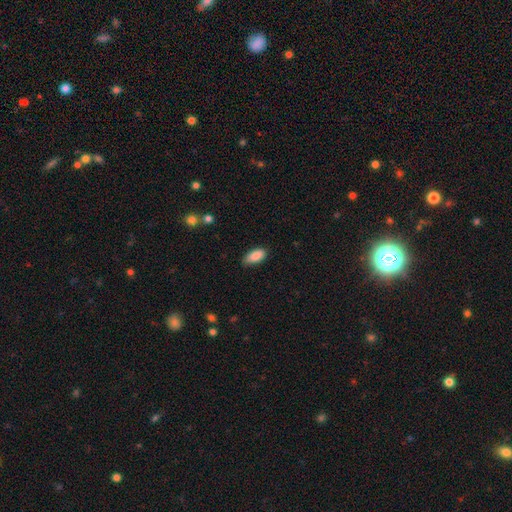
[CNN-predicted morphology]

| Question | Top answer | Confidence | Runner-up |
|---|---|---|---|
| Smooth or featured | smooth | 88% | star or artifact (7%) |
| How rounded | in between | 90% | cigar-shaped (8%) |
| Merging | none | 71% | minor disturbance (24%) |